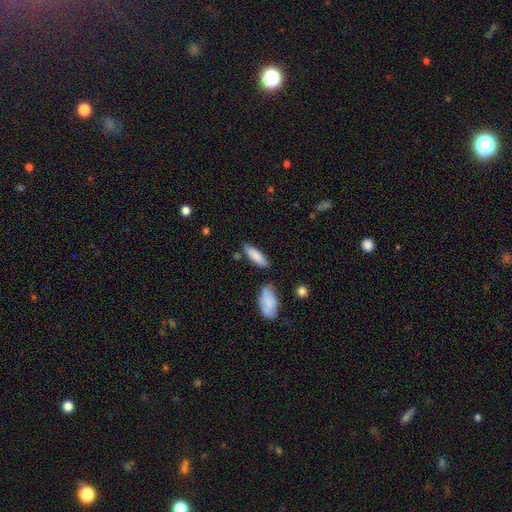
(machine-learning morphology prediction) A smooth galaxy with no disk features (83%) that is in between round and cigar-shaped (51%).

Vote fractions:
- Smooth or featured? smooth: 83% / featured or disk: 10% / star or artifact: 6%
- How rounded? in between: 51% / cigar-shaped: 47% / round: 2%
- Merging? none: 76% / minor disturbance: 15% / merger: 6% / major disturbance: 3%